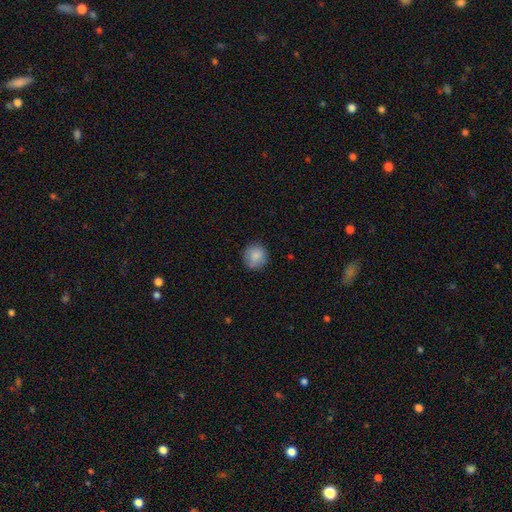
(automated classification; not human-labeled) Smooth or featured: smooth — 86% (star or artifact — 8%)
How rounded: round — 91% (in between — 8%)
Merging: none — 84% (minor disturbance — 12%)